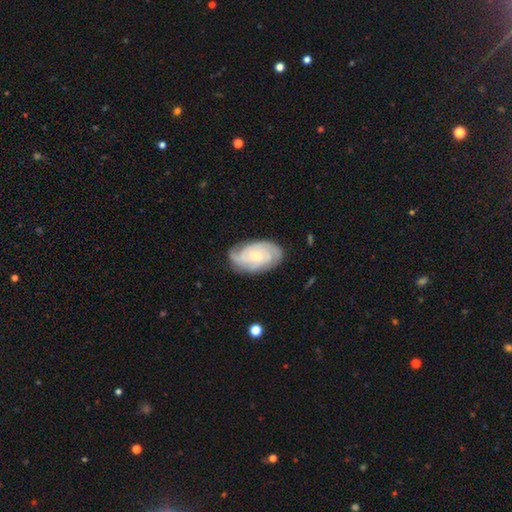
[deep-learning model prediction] Smooth or featured: featured or disk — 82% (smooth — 13%)
Edge-on disk: no — 97% (yes — 3%)
Bar: no — 63% (weak — 31%)
Spiral arms: yes — 97% (no — 3%)
Spiral winding: tight — 70% (medium — 26%)
Spiral arm count: 3 — 29% (2 — 25%)
Bulge size: small — 67% (moderate — 27%)
Merging: none — 78% (minor disturbance — 17%)